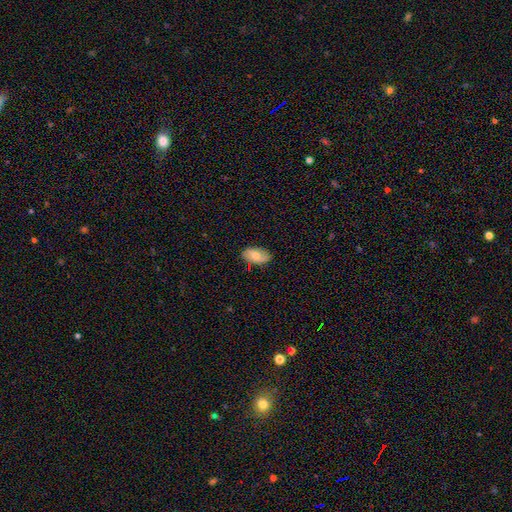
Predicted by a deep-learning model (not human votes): smooth-or-featured: smooth: 62% | featured or disk: 30% | star or artifact: 8%
  how-rounded: in between: 93% | round: 4% | cigar-shaped: 3%
  merging: none: 80% | minor disturbance: 15% | major disturbance: 3% | merger: 1%